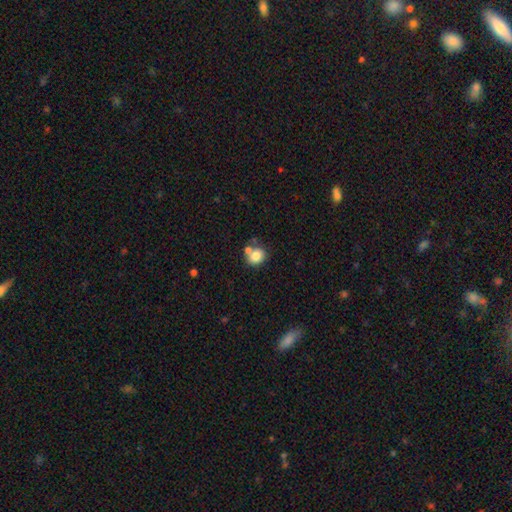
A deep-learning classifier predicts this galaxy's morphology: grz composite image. It shows a smooth galaxy with no disk features (80%) that is round (72%). Merging: none (55%).